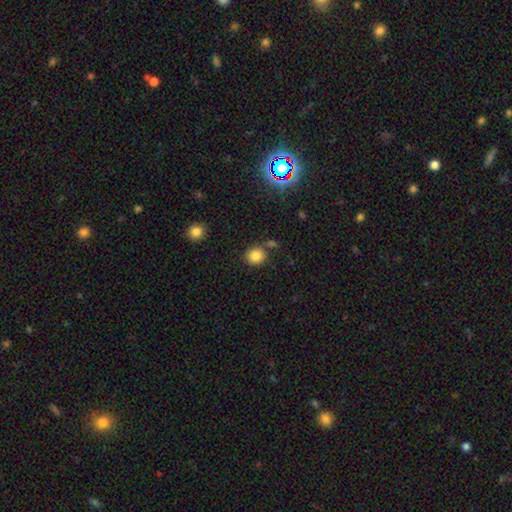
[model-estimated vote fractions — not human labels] A smooth galaxy with no disk features (84%) that is round (81%). Merging: none (77%).